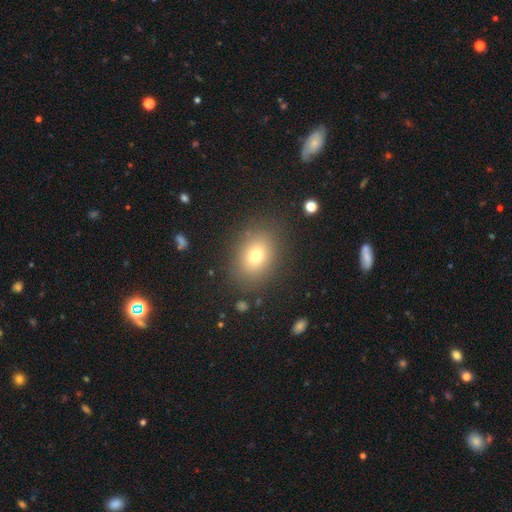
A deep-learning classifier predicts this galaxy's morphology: smooth 74%, star or artifact 13%, featured or disk 12%. Down the decision tree: how rounded — in between (62%); merging — none (84%).